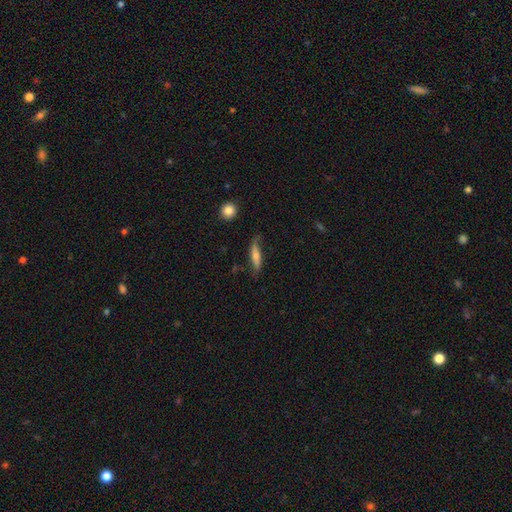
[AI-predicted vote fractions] This is possibly a smooth galaxy (48%). Merging: likely none (64%).